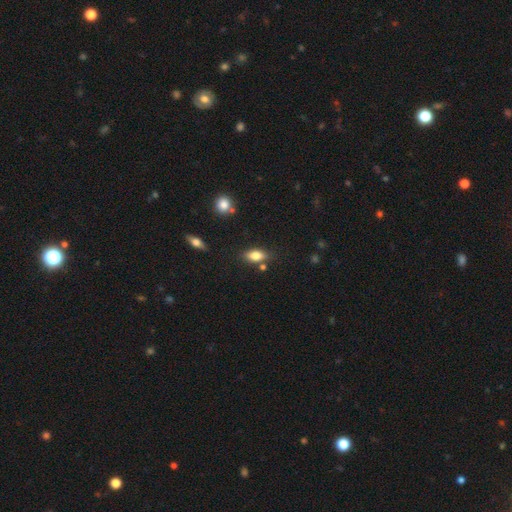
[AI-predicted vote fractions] A smooth galaxy with no disk features (77%) that is in between round and cigar-shaped (85%). Merging: none (74%).